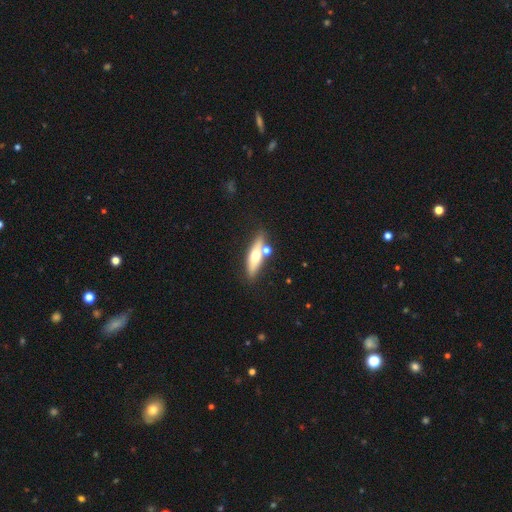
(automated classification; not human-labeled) smooth_or_featured: smooth (p=0.49) [alt: featured or disk p=0.44]
merging: none (p=0.66) [alt: merger p=0.18]